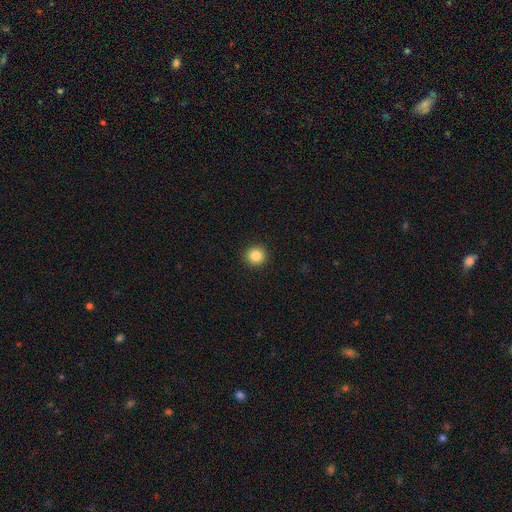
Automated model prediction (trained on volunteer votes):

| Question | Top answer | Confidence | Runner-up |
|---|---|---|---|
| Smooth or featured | smooth | 85% | star or artifact (11%) |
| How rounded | round | 95% | in between (4%) |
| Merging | none | 93% | minor disturbance (4%) |